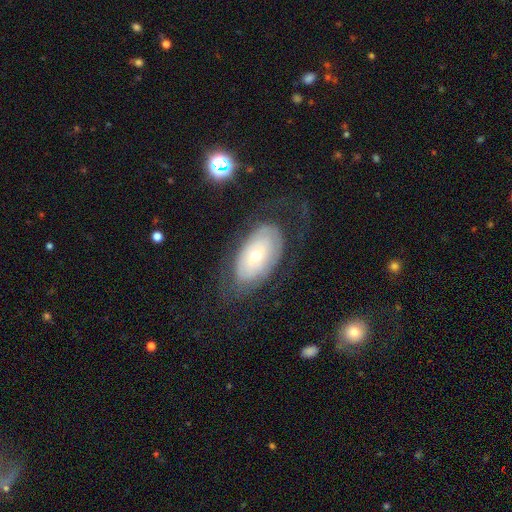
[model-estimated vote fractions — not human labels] smooth-or-featured: featured or disk: 58% | smooth: 34% | star or artifact: 8%
  disk-edge-on: no: 91% | yes: 9%
    bar: no: 82% | weak: 14% | strong: 4%
    has-spiral-arms: yes: 52% | no: 48%
    bulge-size: moderate: 54% | small: 40% | large: 3% | dominant: 1% | none: 1%
  merging: none: 64% | minor disturbance: 19% | major disturbance: 15% | merger: 2%